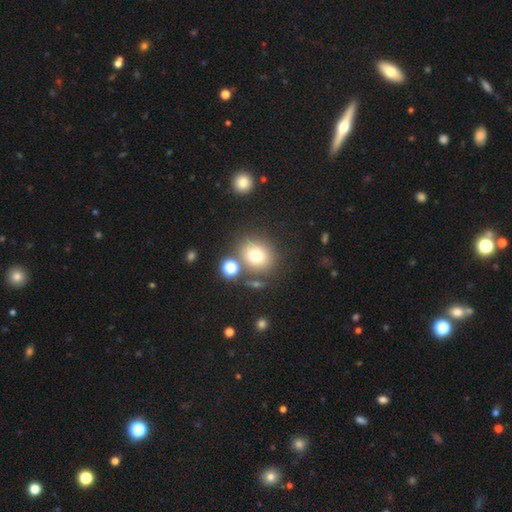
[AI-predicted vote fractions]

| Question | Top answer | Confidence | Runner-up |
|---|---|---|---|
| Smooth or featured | smooth | 74% | star or artifact (15%) |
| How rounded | round | 76% | in between (23%) |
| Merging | none | 74% | merger (11%) |